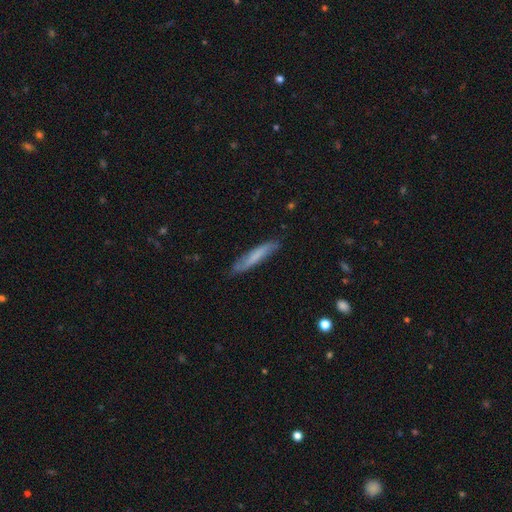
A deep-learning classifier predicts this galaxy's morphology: This is possibly a smooth galaxy (57%). How rounded: clearly cigar-shaped (88%). Merging: likely none (80%).